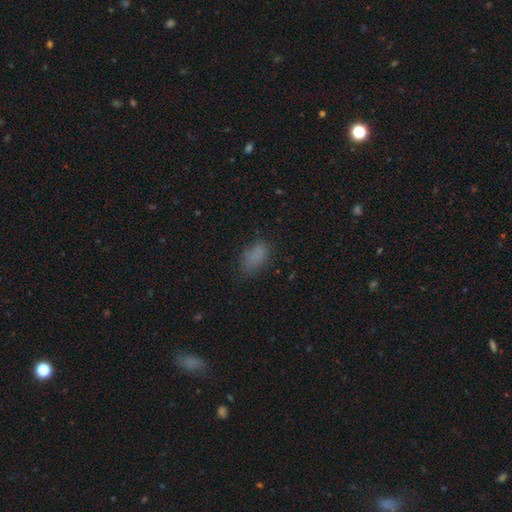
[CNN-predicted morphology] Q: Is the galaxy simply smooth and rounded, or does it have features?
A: smooth — 80%.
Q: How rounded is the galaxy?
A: in between — 89%.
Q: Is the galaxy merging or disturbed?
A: none — 66%.